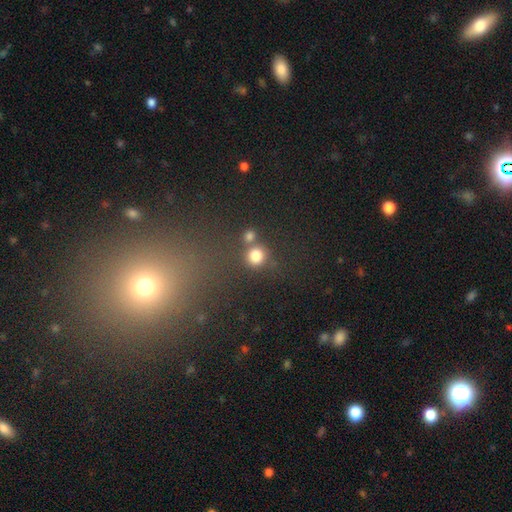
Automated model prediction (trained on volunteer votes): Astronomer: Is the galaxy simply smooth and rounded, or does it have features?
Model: smooth — 79%.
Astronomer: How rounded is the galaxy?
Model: round — 89%.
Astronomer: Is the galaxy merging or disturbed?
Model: none — 62%.